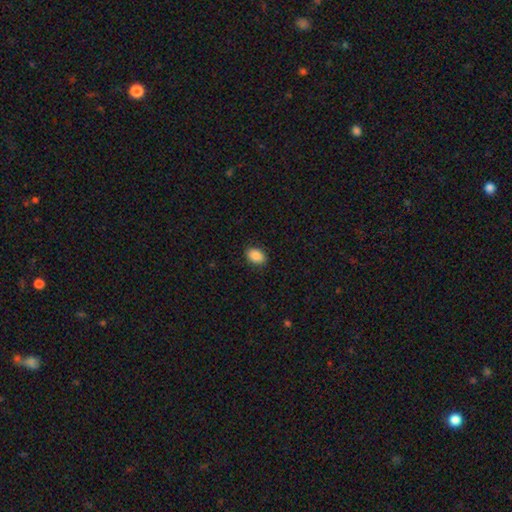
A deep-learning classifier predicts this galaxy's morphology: smooth-or-featured: smooth: 88% | star or artifact: 8% | featured or disk: 4%
  how-rounded: in between: 80% | round: 19% | cigar-shaped: 1%
  merging: none: 89% | minor disturbance: 8% | major disturbance: 2% | merger: 1%